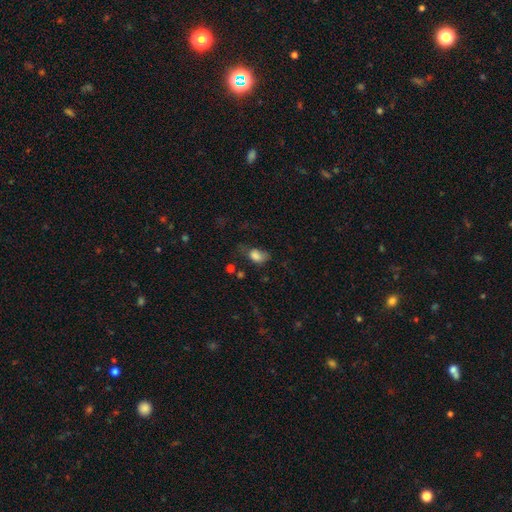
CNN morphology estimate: This appears to be a smooth galaxy with no disk features (78%) that is in between round and cigar-shaped (82%). Merging: none (34%).